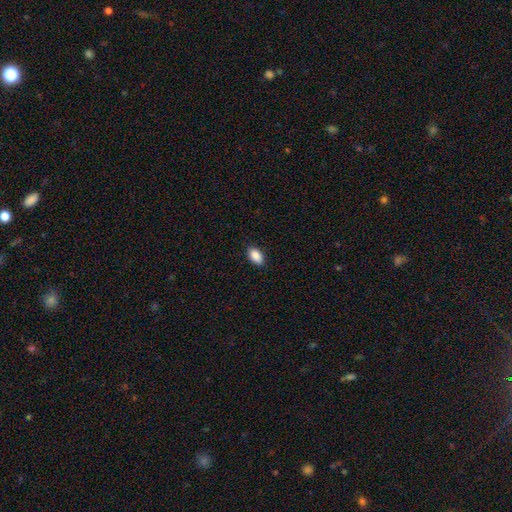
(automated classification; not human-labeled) Smooth or featured? smooth (90%)
How rounded? in between (93%)
Merging? none (89%)